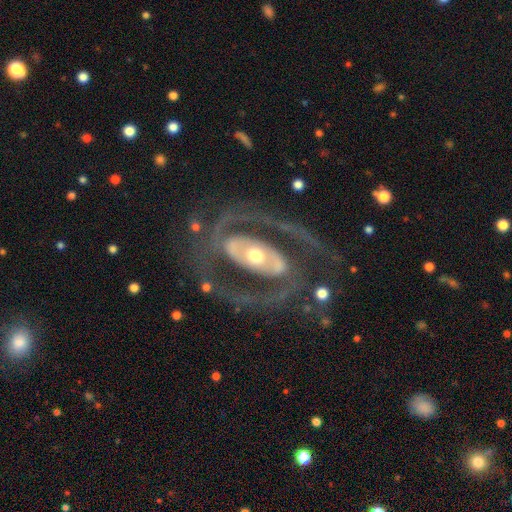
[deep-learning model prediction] smooth_or_featured: featured or disk (p=0.89) [alt: smooth p=0.07]
disk_edge_on: no (p=0.96) [alt: yes p=0.04]
bar: no (p=0.43) [alt: strong p=0.31]
has_spiral_arms: yes (p=0.88) [alt: no p=0.12]
spiral_winding: medium (p=0.50) [alt: tight p=0.33]
spiral_arm_count: 2 (p=0.86) [alt: can't tell p=0.05]
bulge_size: moderate (p=0.65) [alt: small p=0.21]
merging: none (p=0.71) [alt: major disturbance p=0.14]